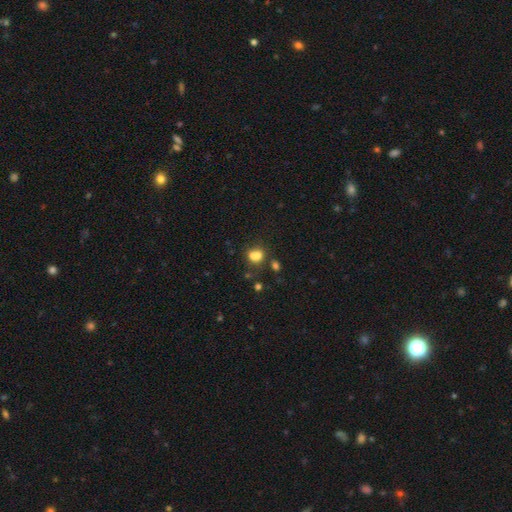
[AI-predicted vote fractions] Morphology: type=smooth (73%); roundness=round (56%); merging=merger (45%).